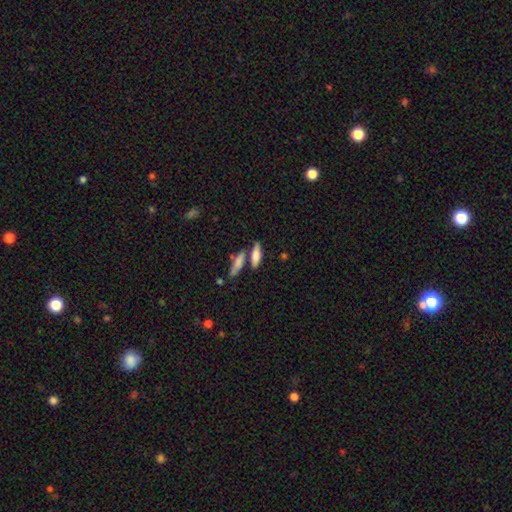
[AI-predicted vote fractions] Smooth or featured? Predicted: smooth (p=0.73). How rounded? Predicted: cigar-shaped (p=0.56). Merging? Predicted: none (p=0.63).